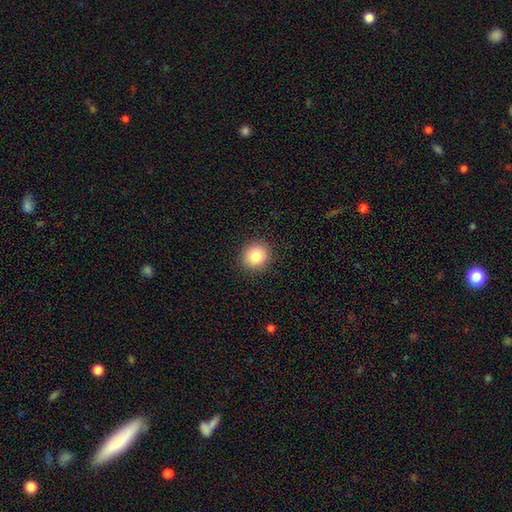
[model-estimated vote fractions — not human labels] This appears to be a smooth galaxy with no disk features (85%) that is round (87%). Merging: none (91%).